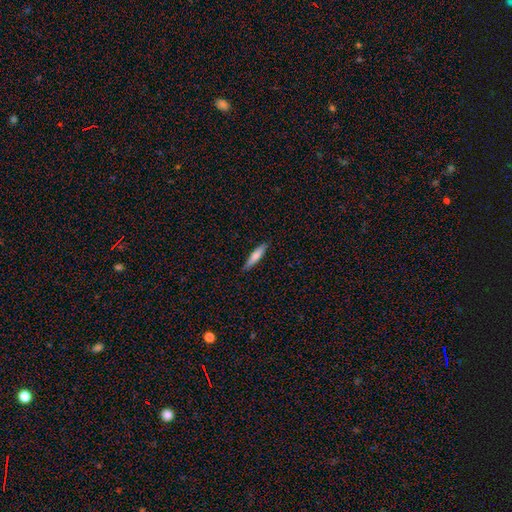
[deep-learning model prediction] A smooth galaxy with no disk features (72%) that is cigar-shaped (82%). Merging: none (86%).